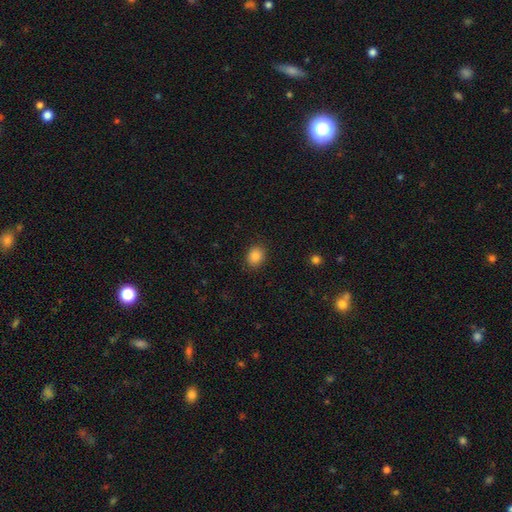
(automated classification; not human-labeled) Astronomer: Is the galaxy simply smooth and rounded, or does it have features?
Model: smooth — 86%.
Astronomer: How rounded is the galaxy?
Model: round — 52% (runner-up: in between, 47%).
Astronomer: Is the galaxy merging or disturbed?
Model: none — 88%.